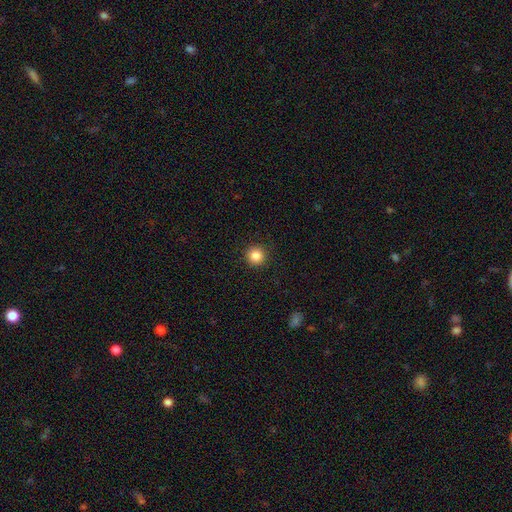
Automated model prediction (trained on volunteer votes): A smooth galaxy with no disk features (85%) that is round (95%). Merging: none (92%).